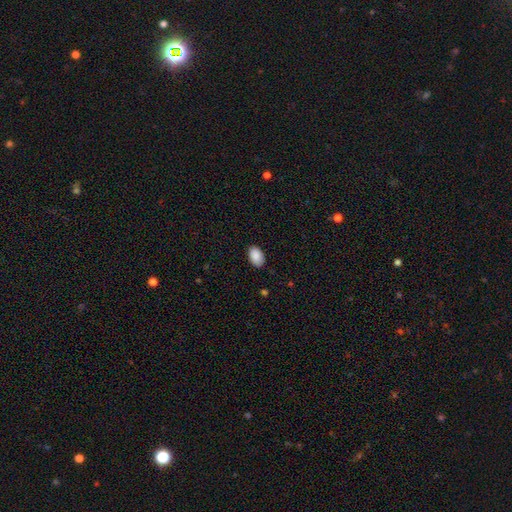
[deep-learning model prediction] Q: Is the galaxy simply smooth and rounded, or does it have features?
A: smooth — 90%.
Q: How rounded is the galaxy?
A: in between — 91%.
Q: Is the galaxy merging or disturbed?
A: none — 87%.